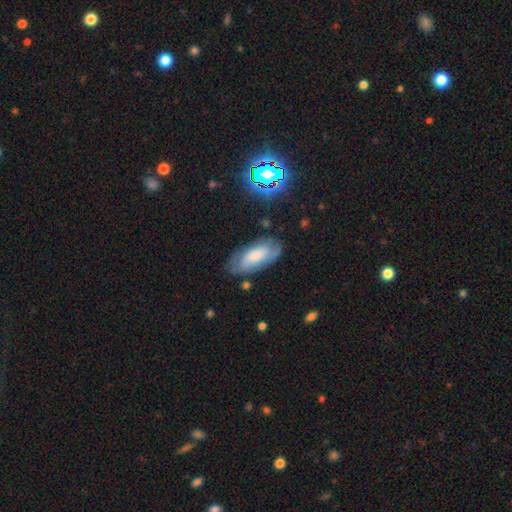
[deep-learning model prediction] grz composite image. It shows a featured or disk galaxy (46%). Merging: none (69%).